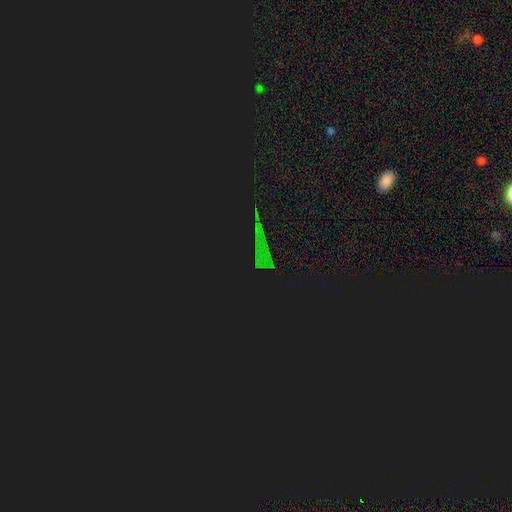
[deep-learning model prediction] This is clearly a star or artifact rather than a galaxy (82%).